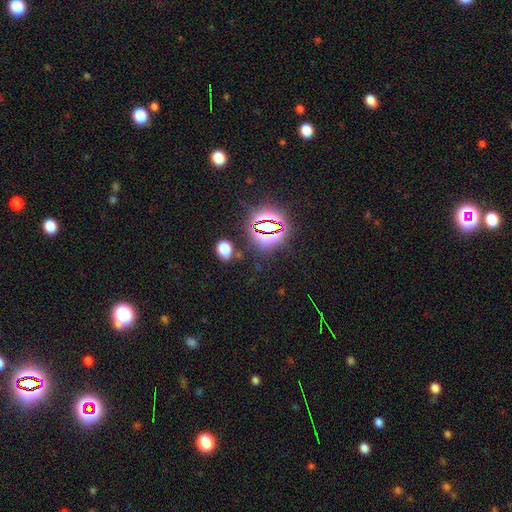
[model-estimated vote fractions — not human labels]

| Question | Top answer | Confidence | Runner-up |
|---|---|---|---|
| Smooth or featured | star or artifact | 80% | smooth (12%) |